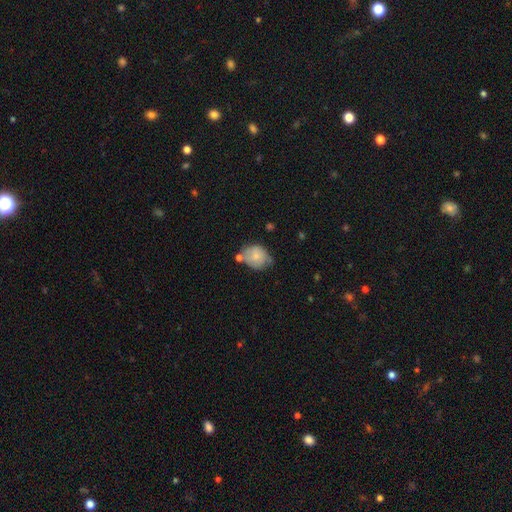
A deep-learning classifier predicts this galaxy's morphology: Smooth or featured? smooth (65%)
How rounded? in between (53%)
Merging? none (45%)